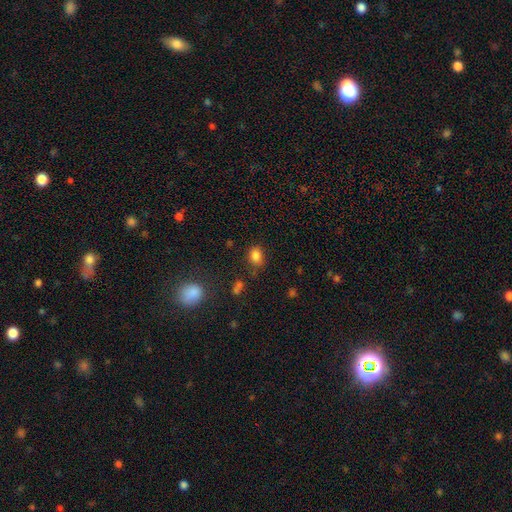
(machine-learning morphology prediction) Smooth or featured: smooth — 82% (star or artifact — 13%)
How rounded: in between — 60% (round — 38%)
Merging: none — 73% (minor disturbance — 17%)